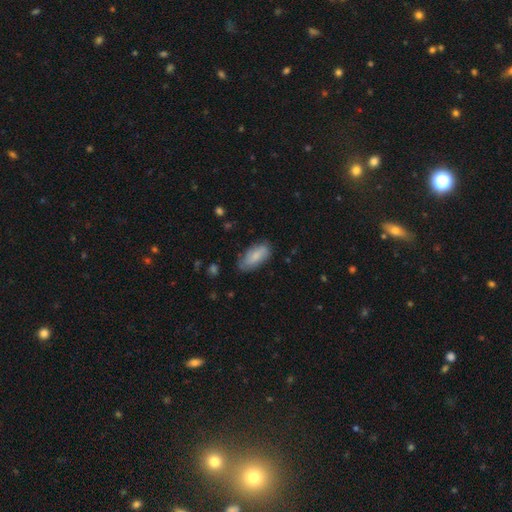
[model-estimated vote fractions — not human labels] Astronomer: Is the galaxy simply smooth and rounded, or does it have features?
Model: smooth — 72%.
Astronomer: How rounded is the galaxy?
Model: in between — 87%.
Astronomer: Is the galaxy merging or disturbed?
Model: none — 74%.